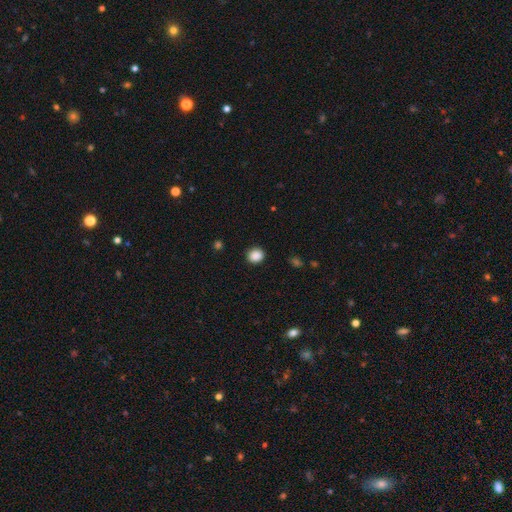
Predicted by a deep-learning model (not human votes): This is clearly a smooth galaxy (88%). How rounded: likely round (80%). Merging: clearly none (90%).